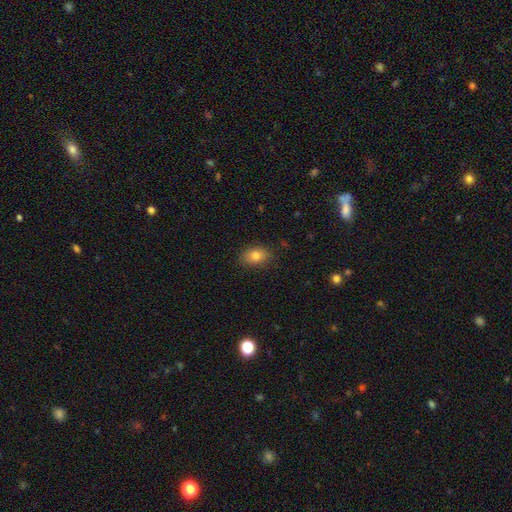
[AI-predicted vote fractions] Morphology: type=smooth (80%); roundness=in between (79%); merging=none (85%).